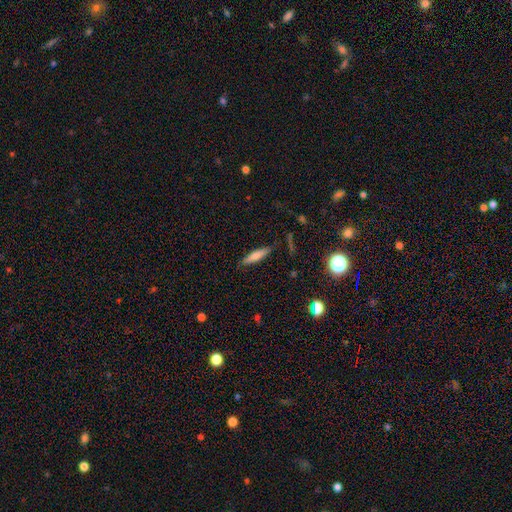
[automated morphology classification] The model was most divided on "smooth or featured": smooth: 70%, featured or disk: 22%, star or artifact: 8%. More confident: merging — none (85%); how rounded — cigar-shaped (81%).